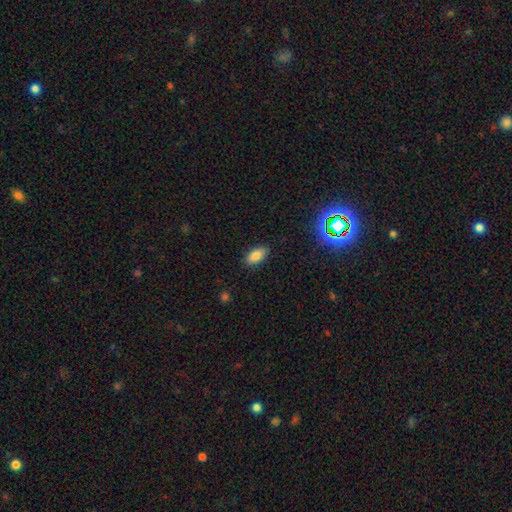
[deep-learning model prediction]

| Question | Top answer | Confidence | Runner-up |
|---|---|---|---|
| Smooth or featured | smooth | 82% | star or artifact (9%) |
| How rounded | in between | 91% | cigar-shaped (5%) |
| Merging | none | 85% | minor disturbance (11%) |